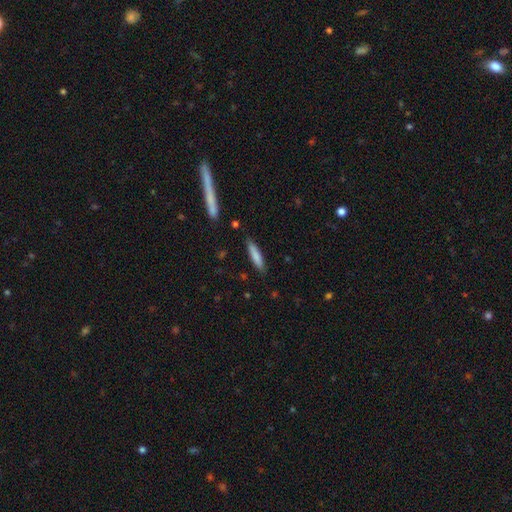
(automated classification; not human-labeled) Smooth or featured? Predicted: smooth (p=0.81). How rounded? Predicted: cigar-shaped (p=0.80). Merging? Predicted: none (p=0.85).